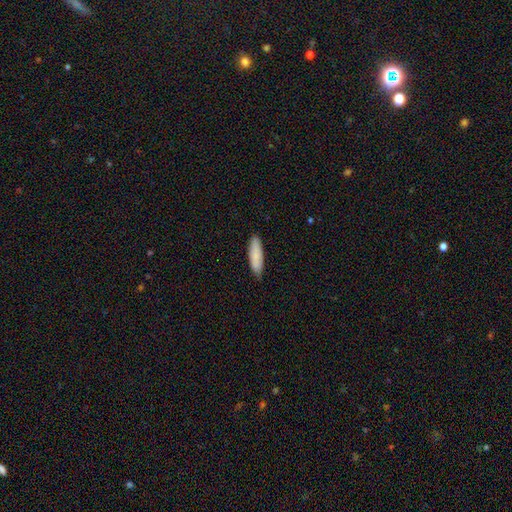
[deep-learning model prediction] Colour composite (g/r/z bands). It shows a smooth galaxy with no disk features (84%) that is cigar-shaped (64%). Merging: none (84%).